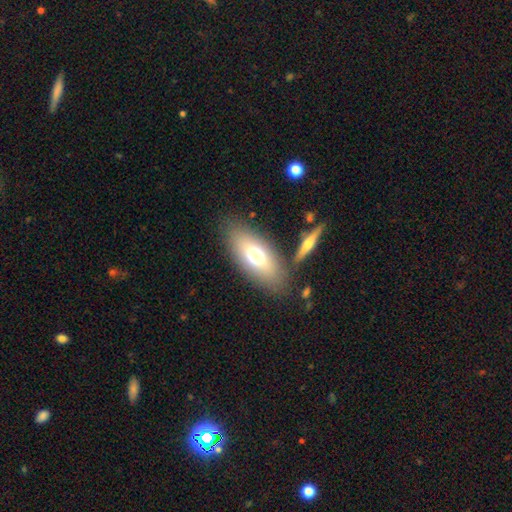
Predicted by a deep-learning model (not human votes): Overall: smooth (66%). How rounded: in between (84%). Merging: none (75%).